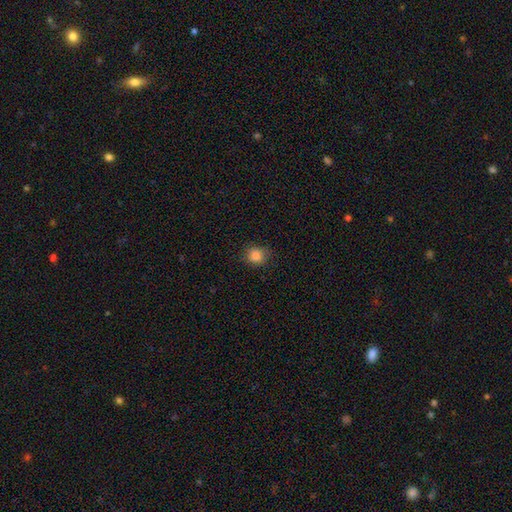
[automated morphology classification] Smooth or featured: smooth — 85% (star or artifact — 11%)
How rounded: round — 74% (in between — 25%)
Merging: none — 80% (minor disturbance — 15%)